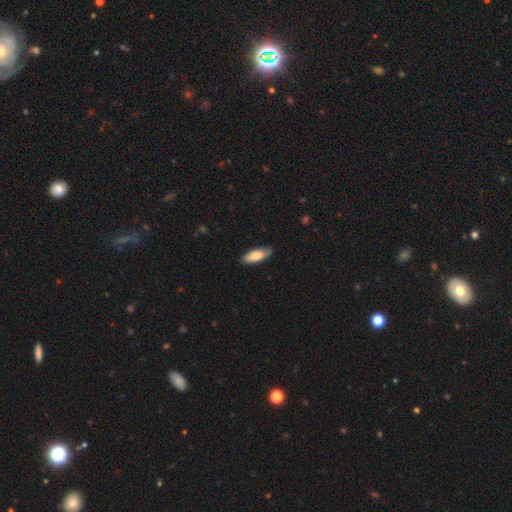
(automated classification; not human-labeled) Smooth or featured: smooth — 79% (featured or disk — 16%)
How rounded: in between — 71% (cigar-shaped — 27%)
Merging: none — 82% (minor disturbance — 15%)